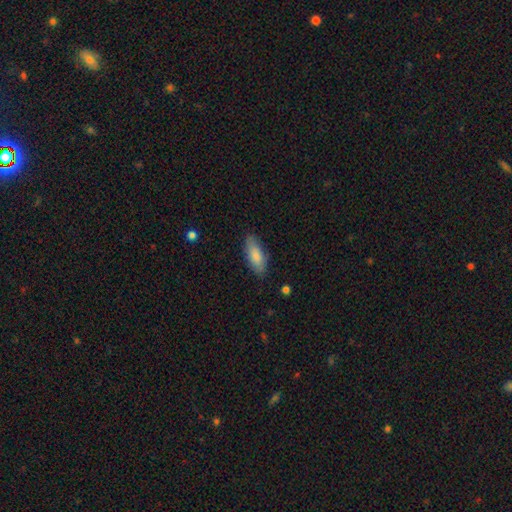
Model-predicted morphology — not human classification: smooth_or_featured: smooth (p=0.84) [alt: featured or disk p=0.11]
how_rounded: in between (p=0.76) [alt: cigar-shaped p=0.22]
merging: none (p=0.82) [alt: minor disturbance p=0.14]